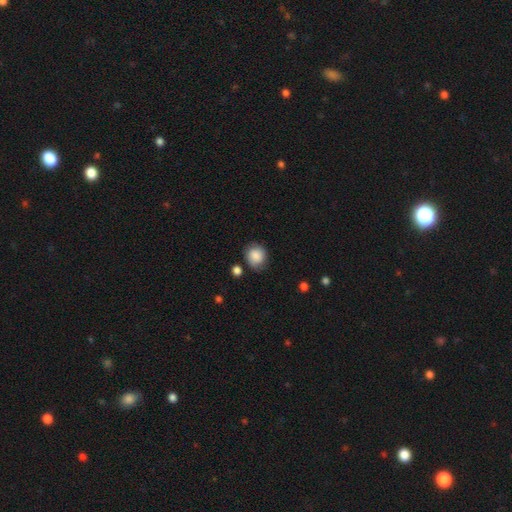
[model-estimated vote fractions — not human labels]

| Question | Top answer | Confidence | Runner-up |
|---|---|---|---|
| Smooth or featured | smooth | 82% | featured or disk (10%) |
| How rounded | round | 75% | in between (24%) |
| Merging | none | 73% | minor disturbance (19%) |